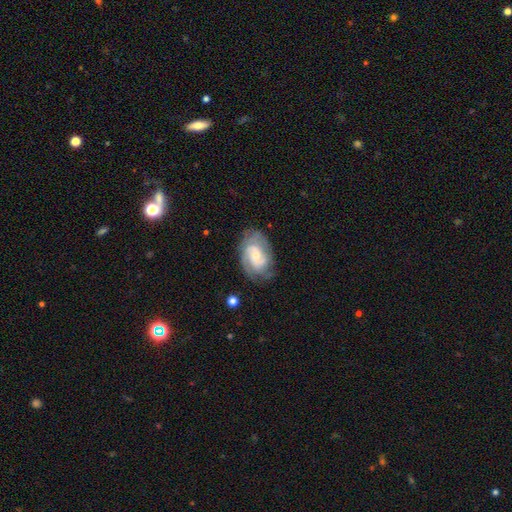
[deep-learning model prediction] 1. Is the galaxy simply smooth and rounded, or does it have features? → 78% featured or disk, 16% smooth, 6% star or artifact.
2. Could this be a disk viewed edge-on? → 97% no, 3% yes.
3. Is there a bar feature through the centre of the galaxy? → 52% no, 41% weak, 8% strong.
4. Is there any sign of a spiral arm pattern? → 94% yes, 6% no.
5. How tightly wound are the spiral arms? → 45% tight, 42% medium, 13% loose.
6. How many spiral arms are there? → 50% 2, 23% can't tell, 16% 3, 4% 1, 4% 4, 3% more than 4.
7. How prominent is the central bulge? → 54% small, 40% moderate, 3% large, 2% none, 1% dominant.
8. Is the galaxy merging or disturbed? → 72% none, 19% minor disturbance, 7% major disturbance, 2% merger.